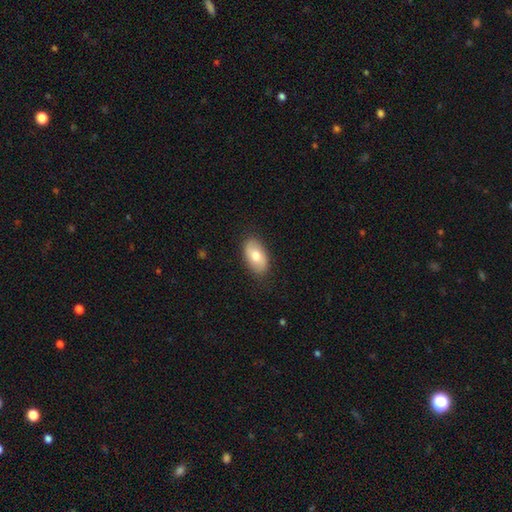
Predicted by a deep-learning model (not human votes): Smooth or featured: smooth — 72% (featured or disk — 22%)
How rounded: in between — 93% (round — 5%)
Merging: none — 85% (minor disturbance — 12%)